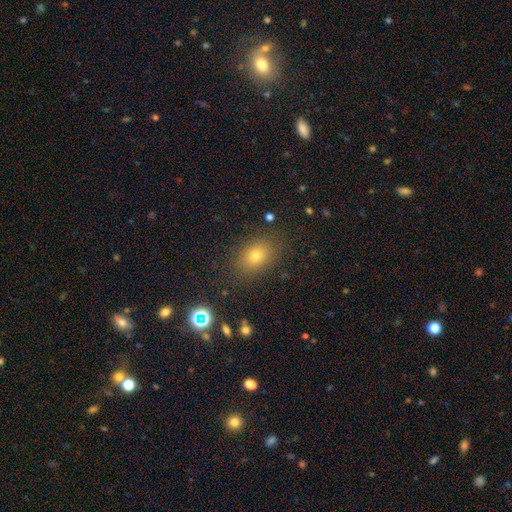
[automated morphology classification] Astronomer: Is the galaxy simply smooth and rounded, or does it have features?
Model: smooth — 71%.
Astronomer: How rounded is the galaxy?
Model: in between — 70%.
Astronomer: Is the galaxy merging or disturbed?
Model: none — 85%.